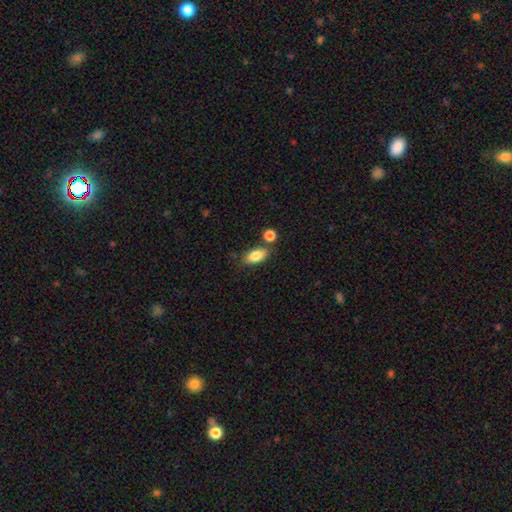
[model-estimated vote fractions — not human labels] Morphology: type=smooth (84%); roundness=in between (88%); merging=none (73%).